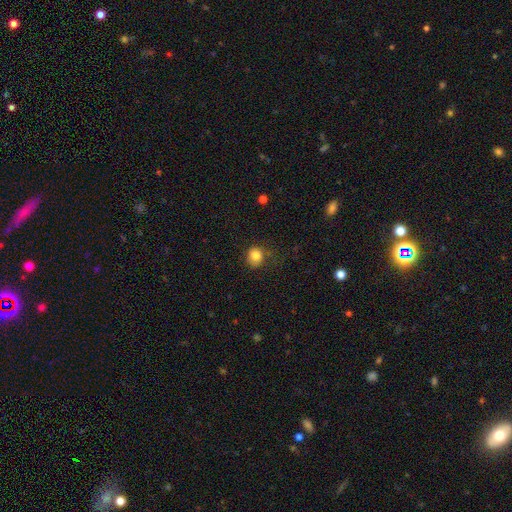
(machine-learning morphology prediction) A smooth galaxy with no disk features (83%) that is round (80%).

Vote fractions:
- Smooth or featured? smooth: 83% / star or artifact: 10% / featured or disk: 7%
- How rounded? round: 80% / in between: 19% / cigar-shaped: 1%
- Merging? none: 71% / minor disturbance: 20% / major disturbance: 8% / merger: 2%